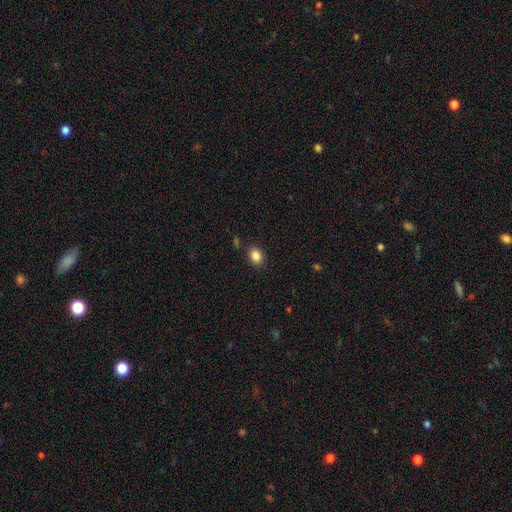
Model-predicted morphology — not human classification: Q: Smooth or featured?
A: smooth (86%); runner-up: star or artifact (10%)
Q: How rounded?
A: in between (54%); runner-up: round (45%)
Q: Merging?
A: none (84%); runner-up: minor disturbance (10%)